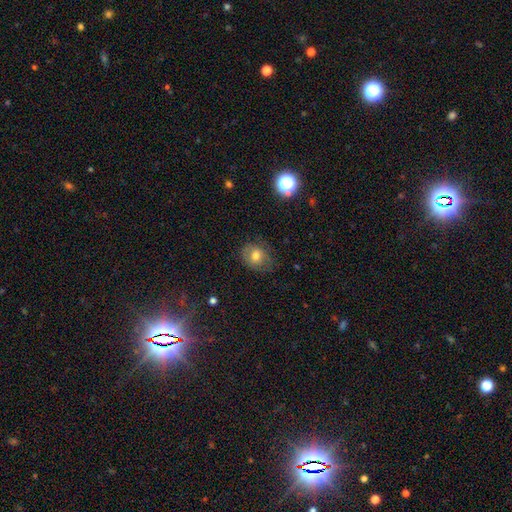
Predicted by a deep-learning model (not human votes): A smooth galaxy with no disk features (68%) that is round (66%).

Vote fractions:
- Smooth or featured? smooth: 68% / featured or disk: 20% / star or artifact: 12%
- How rounded? round: 66% / in between: 33% / cigar-shaped: 1%
- Merging? none: 71% / minor disturbance: 21% / major disturbance: 7% / merger: 1%